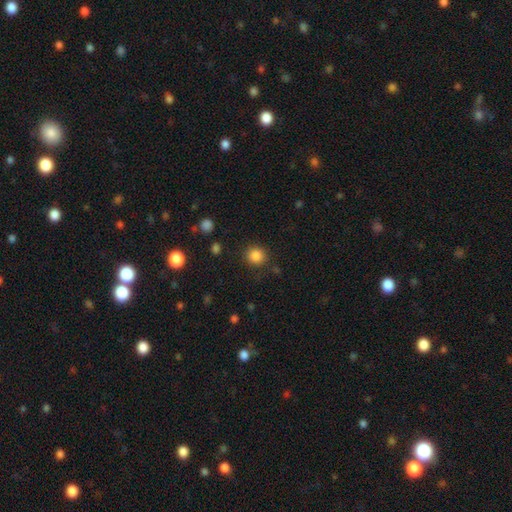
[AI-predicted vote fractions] The model was most divided on "smooth or featured": smooth: 85%, star or artifact: 12%, featured or disk: 3%. More confident: how rounded — round (90%); merging — none (86%).